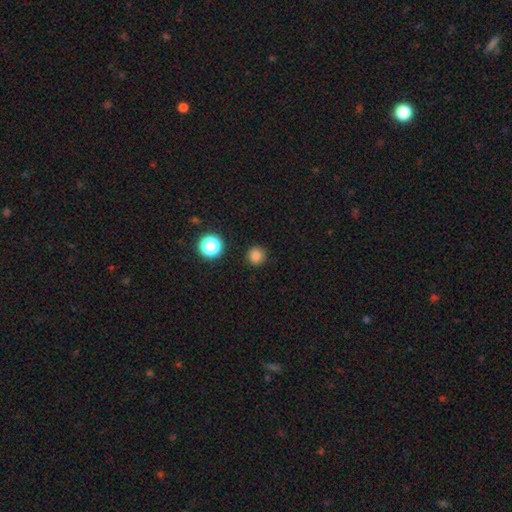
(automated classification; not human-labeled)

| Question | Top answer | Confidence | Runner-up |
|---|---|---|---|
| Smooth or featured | smooth | 81% | star or artifact (15%) |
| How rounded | round | 95% | in between (4%) |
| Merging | none | 91% | minor disturbance (6%) |